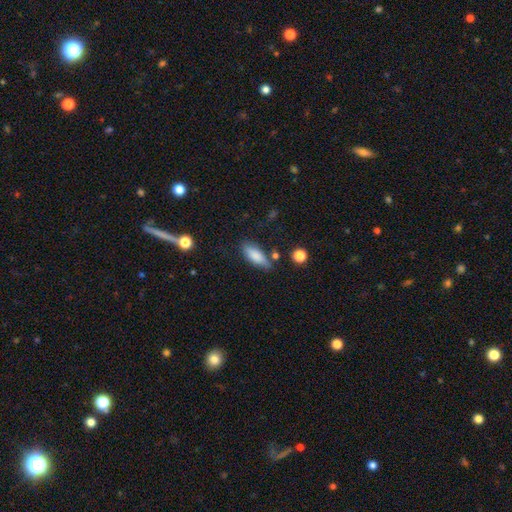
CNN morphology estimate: smooth-or-featured: smooth: 81% | featured or disk: 12% | star or artifact: 7%
  how-rounded: in between: 67% | cigar-shaped: 30% | round: 3%
  merging: none: 68% | minor disturbance: 21% | merger: 6% | major disturbance: 5%